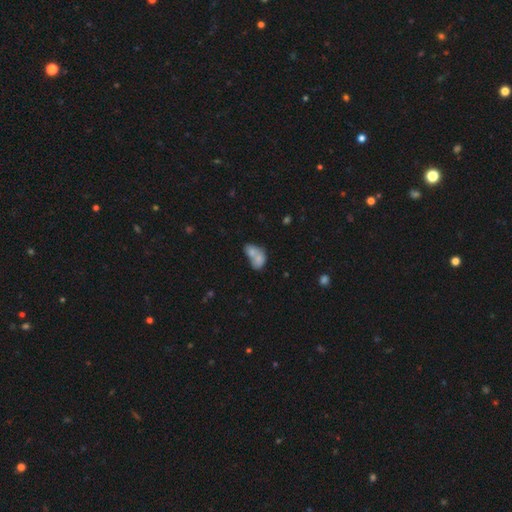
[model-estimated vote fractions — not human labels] Overall: smooth (73%). How rounded: in between (75%). Merging: merger (71%).